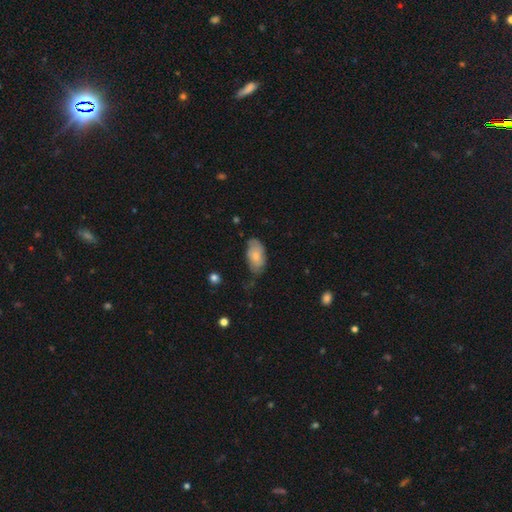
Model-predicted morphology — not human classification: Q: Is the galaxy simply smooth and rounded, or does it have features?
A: smooth — 72%.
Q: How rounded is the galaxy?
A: in between — 94%.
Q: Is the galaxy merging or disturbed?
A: none — 44%.